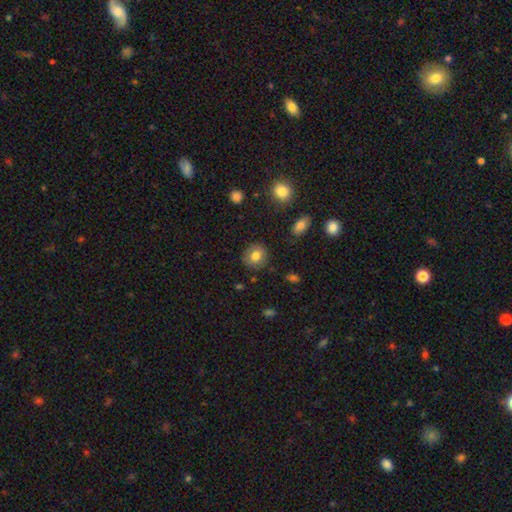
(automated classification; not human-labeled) Q: Smooth or featured?
A: smooth (79%); runner-up: featured or disk (11%)
Q: How rounded?
A: round (85%); runner-up: in between (14%)
Q: Merging?
A: none (87%); runner-up: minor disturbance (9%)